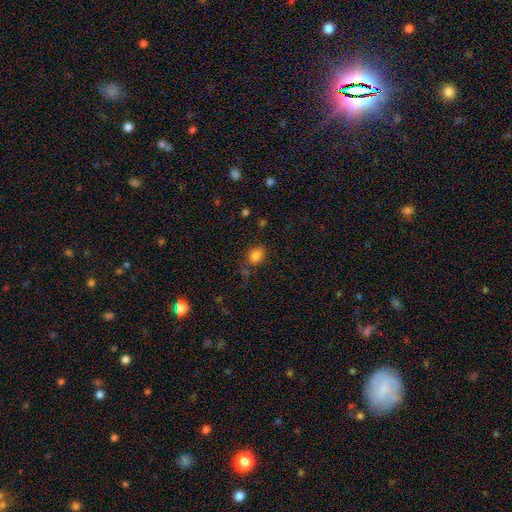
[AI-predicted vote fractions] smooth-or-featured: smooth: 83% | star or artifact: 11% | featured or disk: 5%
  how-rounded: in between: 69% | round: 30% | cigar-shaped: 1%
  merging: none: 71% | minor disturbance: 18% | major disturbance: 6% | merger: 5%